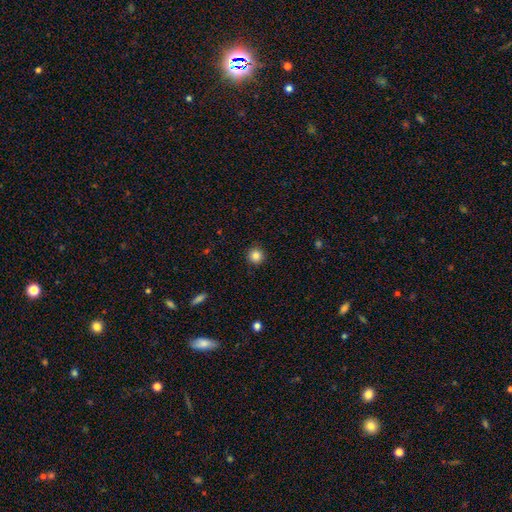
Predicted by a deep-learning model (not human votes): Morphology: type=smooth (85%); roundness=round (95%); merging=none (91%).